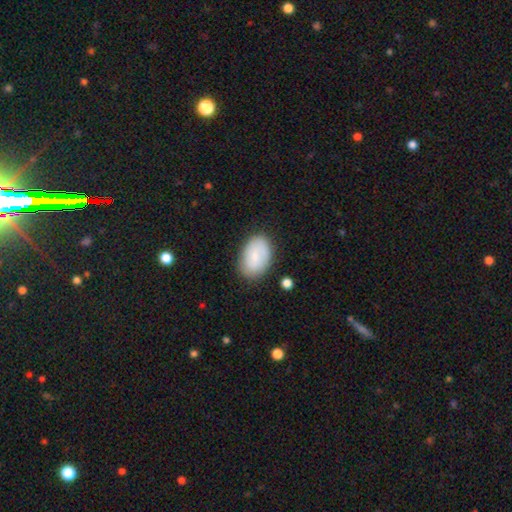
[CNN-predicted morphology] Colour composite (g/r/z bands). It shows a smooth galaxy with no disk features (70%) that is in between round and cigar-shaped (88%). Merging: none (81%).